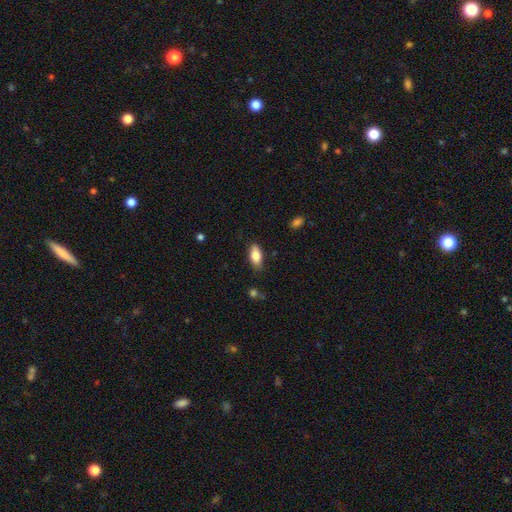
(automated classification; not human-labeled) Smooth or featured? smooth (81%)
How rounded? in between (87%)
Merging? none (83%)